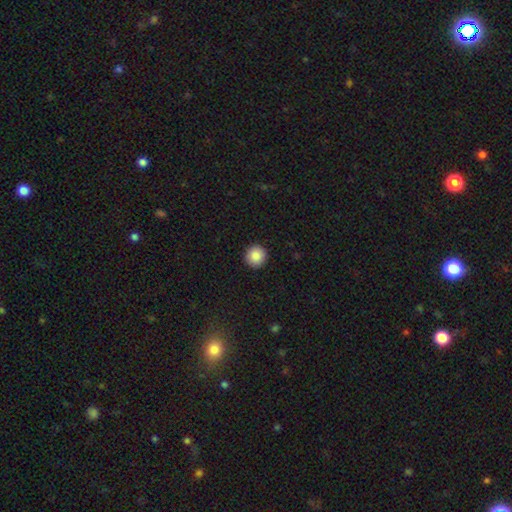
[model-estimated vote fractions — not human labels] Q: Smooth or featured?
A: smooth (87%); runner-up: star or artifact (9%)
Q: How rounded?
A: round (95%); runner-up: in between (4%)
Q: Merging?
A: none (93%); runner-up: minor disturbance (5%)